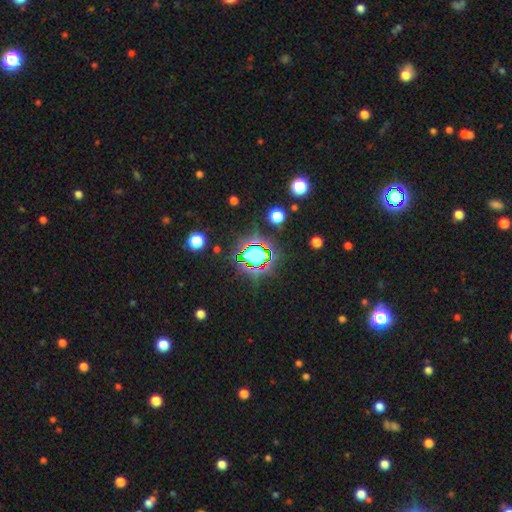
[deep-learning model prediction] Smooth or featured? star or artifact (65%)